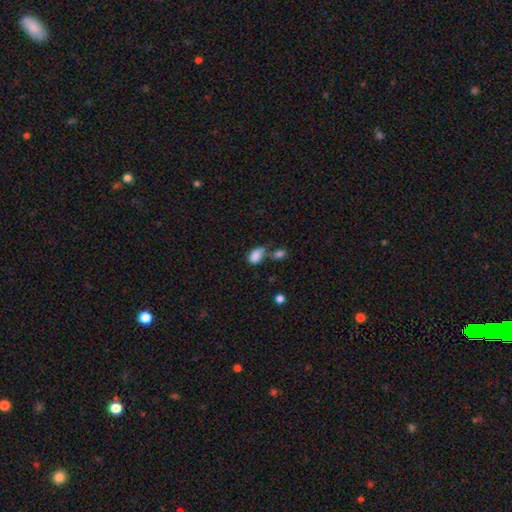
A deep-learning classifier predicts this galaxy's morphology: A smooth galaxy with no disk features (85%) that is in between round and cigar-shaped (89%).

Vote fractions:
- Smooth or featured? smooth: 85% / star or artifact: 9% / featured or disk: 6%
- How rounded? in between: 89% / round: 9% / cigar-shaped: 2%
- Merging? none: 37% / merger: 31% / minor disturbance: 22% / major disturbance: 10%